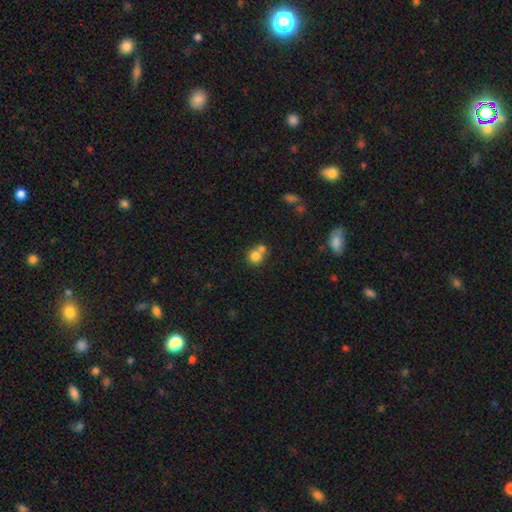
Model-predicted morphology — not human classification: The model was most divided on "merging": merger: 47%, none: 43%, minor disturbance: 7%, major disturbance: 3%. More confident: how rounded — round (86%); smooth or featured — smooth (79%).